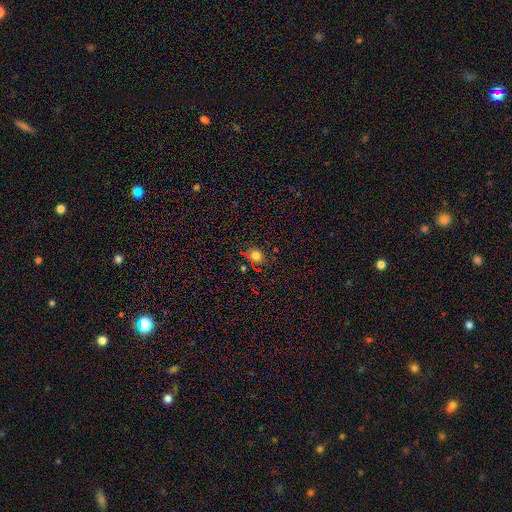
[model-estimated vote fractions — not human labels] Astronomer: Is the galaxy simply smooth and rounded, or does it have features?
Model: smooth — 68%.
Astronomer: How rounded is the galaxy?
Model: round — 79%.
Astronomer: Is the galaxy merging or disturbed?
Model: none — 78%.